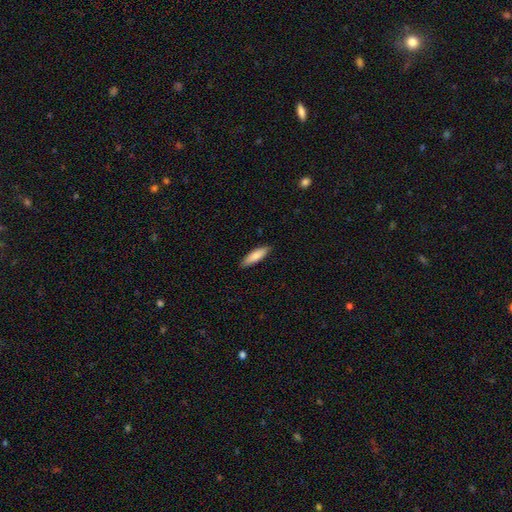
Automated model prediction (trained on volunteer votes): This appears to be a smooth galaxy with no disk features (84%) that is cigar-shaped (56%). Merging: none (87%).